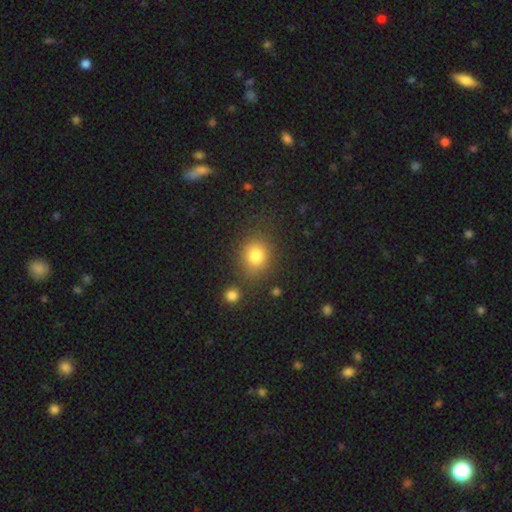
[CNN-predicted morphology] Smooth or featured? smooth (82%)
How rounded? round (65%)
Merging? none (76%)